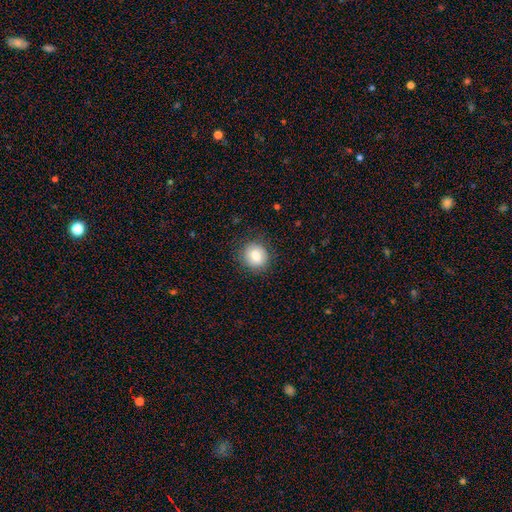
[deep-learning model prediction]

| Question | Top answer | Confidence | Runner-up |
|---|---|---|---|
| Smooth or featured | smooth | 76% | featured or disk (14%) |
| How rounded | round | 80% | in between (19%) |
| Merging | none | 84% | minor disturbance (12%) |